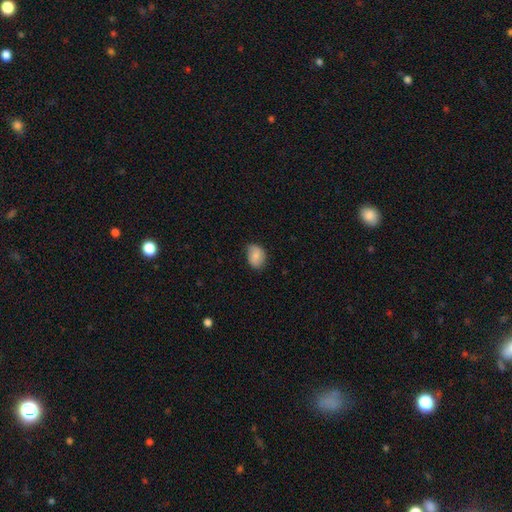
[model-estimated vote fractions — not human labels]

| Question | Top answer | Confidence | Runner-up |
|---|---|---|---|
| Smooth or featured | smooth | 78% | featured or disk (14%) |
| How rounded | in between | 72% | round (27%) |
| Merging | none | 71% | minor disturbance (24%) |